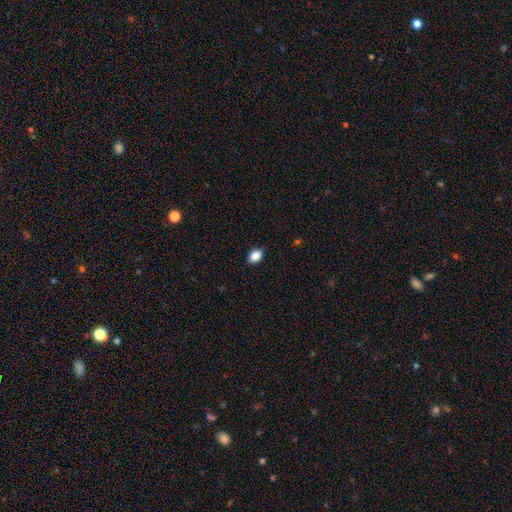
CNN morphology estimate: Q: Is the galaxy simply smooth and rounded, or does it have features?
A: smooth — 86%.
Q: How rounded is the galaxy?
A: in between — 83%.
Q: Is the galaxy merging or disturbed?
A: none — 87%.